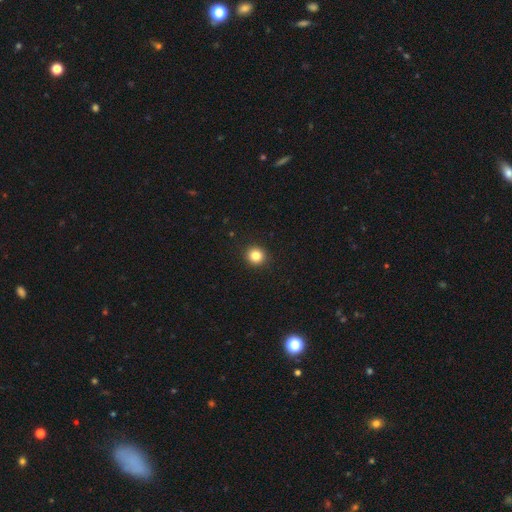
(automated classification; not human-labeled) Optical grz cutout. It shows a smooth galaxy with no disk features (84%) that is round (91%). Merging: none (93%).